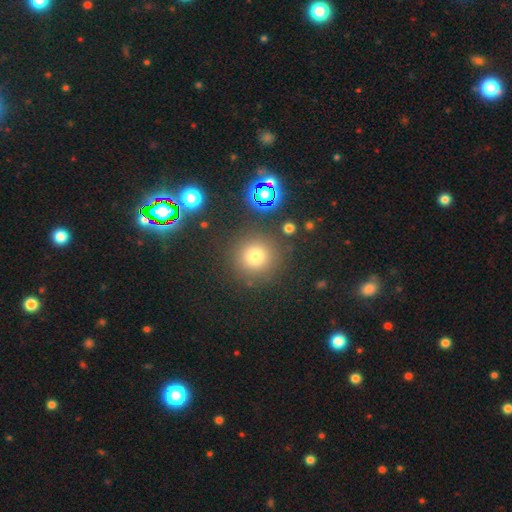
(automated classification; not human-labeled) Smooth or featured?
  - smooth: 56% *
  - star or artifact: 36%
  - featured or disk: 8%
How rounded?
  - round: 95% *
  - in between: 4%
  - cigar-shaped: 1%
Merging?
  - none: 88% *
  - minor disturbance: 6%
  - merger: 3%
  - major disturbance: 3%